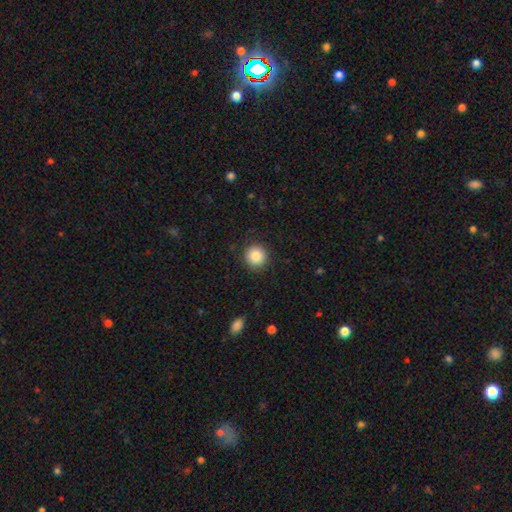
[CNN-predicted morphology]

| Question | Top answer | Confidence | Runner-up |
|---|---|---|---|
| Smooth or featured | smooth | 86% | star or artifact (9%) |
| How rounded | round | 94% | in between (5%) |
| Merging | none | 91% | minor disturbance (6%) |